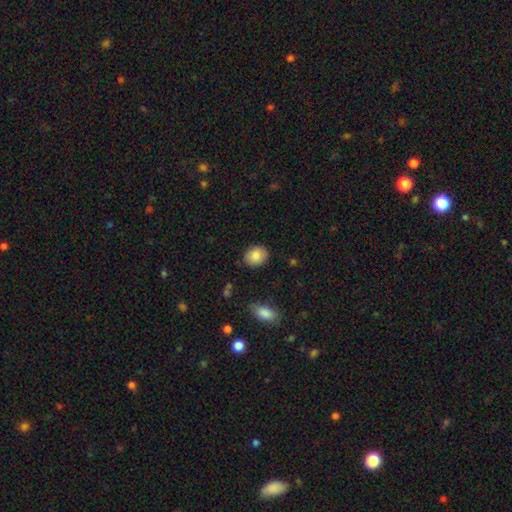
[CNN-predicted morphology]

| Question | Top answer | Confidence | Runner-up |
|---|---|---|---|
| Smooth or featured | smooth | 87% | star or artifact (8%) |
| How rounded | round | 53% | in between (46%) |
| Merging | none | 84% | minor disturbance (12%) |